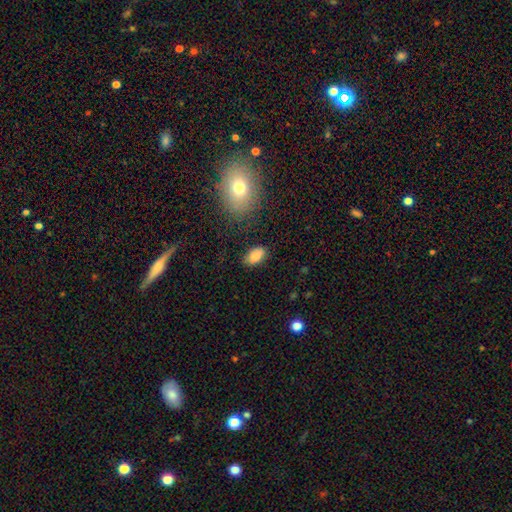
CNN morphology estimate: smooth 84%, star or artifact 8%, featured or disk 8%. Down the decision tree: how rounded — in between (92%); merging — none (80%).